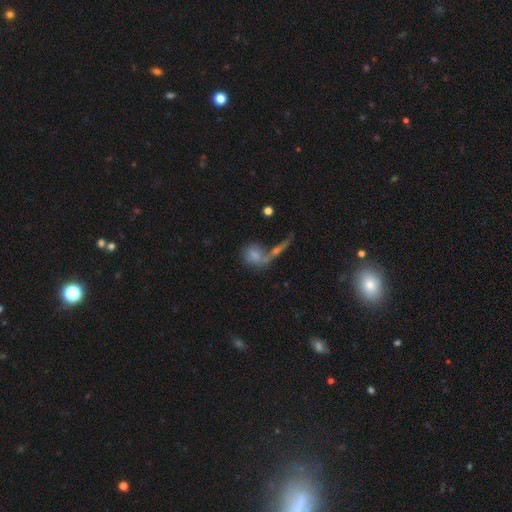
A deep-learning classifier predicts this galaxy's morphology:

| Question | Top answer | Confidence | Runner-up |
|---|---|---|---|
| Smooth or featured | smooth | 62% | featured or disk (27%) |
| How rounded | round | 56% | in between (38%) |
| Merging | merger | 41% | none (35%) |